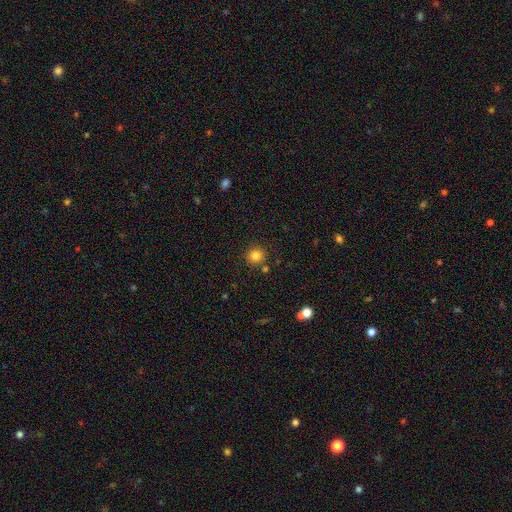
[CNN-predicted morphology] Smooth or featured? smooth (82%)
How rounded? round (94%)
Merging? none (85%)